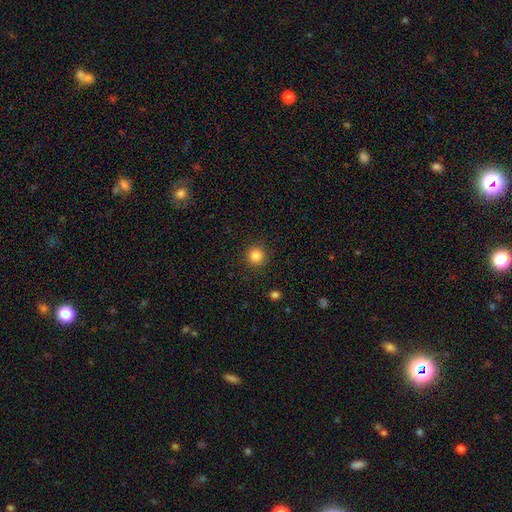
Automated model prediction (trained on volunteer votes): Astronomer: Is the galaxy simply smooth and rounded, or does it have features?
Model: smooth — 84%.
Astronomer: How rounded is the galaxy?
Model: round — 94%.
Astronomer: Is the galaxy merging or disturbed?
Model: none — 91%.